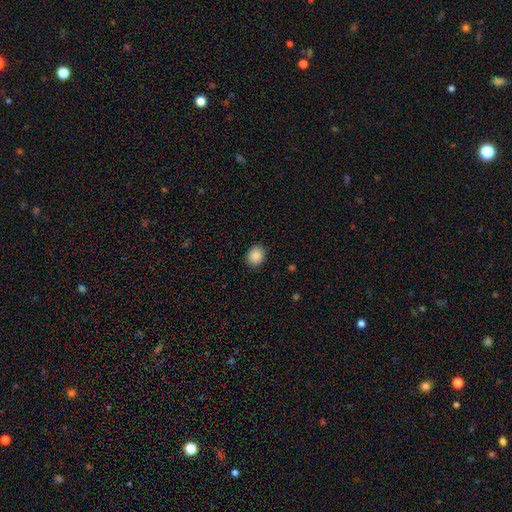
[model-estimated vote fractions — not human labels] Q: Smooth or featured?
A: smooth (89%); runner-up: star or artifact (9%)
Q: How rounded?
A: round (62%); runner-up: in between (37%)
Q: Merging?
A: none (89%); runner-up: minor disturbance (8%)